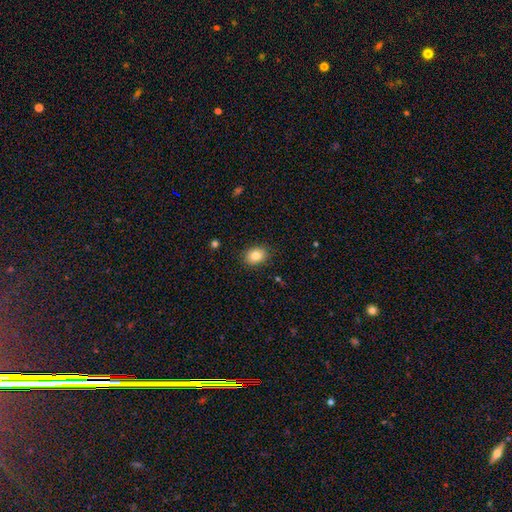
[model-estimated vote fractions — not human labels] Morphology: type=smooth (84%); roundness=in between (61%); merging=none (88%).